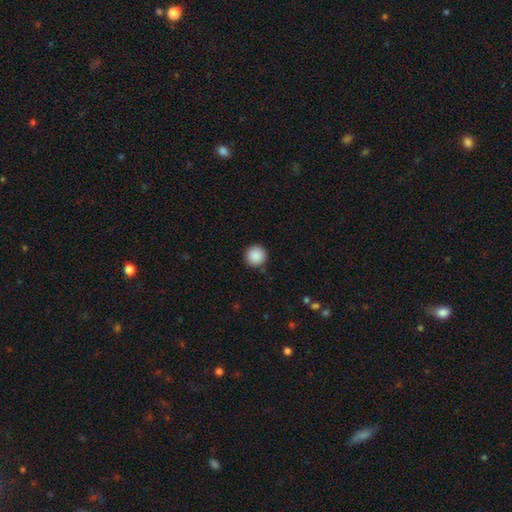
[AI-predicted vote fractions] Smooth or featured: smooth — 89% (star or artifact — 8%)
How rounded: round — 96% (in between — 3%)
Merging: none — 91% (minor disturbance — 6%)